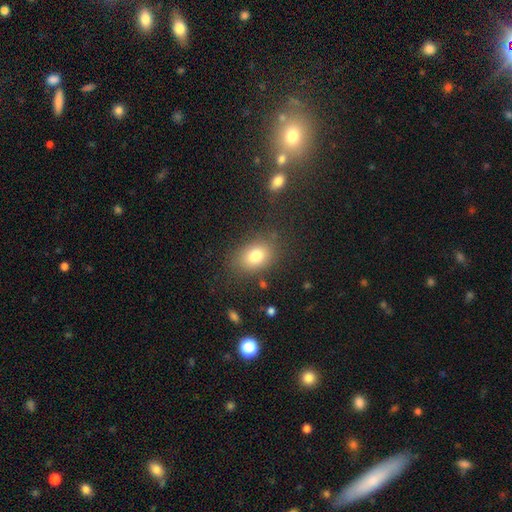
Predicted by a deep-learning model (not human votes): Smooth or featured: smooth — 78% (featured or disk — 11%)
How rounded: in between — 73% (round — 26%)
Merging: none — 79% (minor disturbance — 13%)